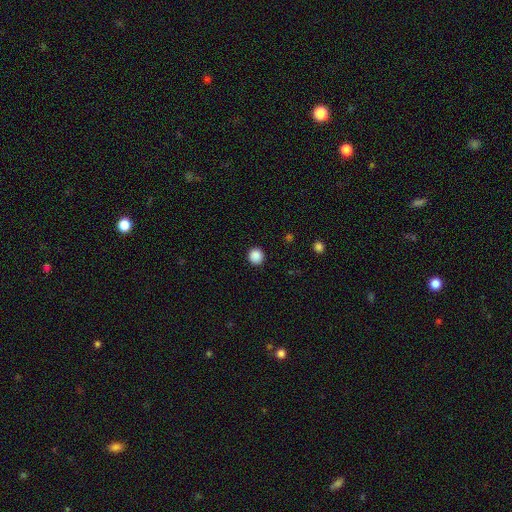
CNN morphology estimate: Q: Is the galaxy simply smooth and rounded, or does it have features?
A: smooth — 88%.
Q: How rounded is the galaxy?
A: round — 92%.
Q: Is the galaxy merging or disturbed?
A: none — 92%.